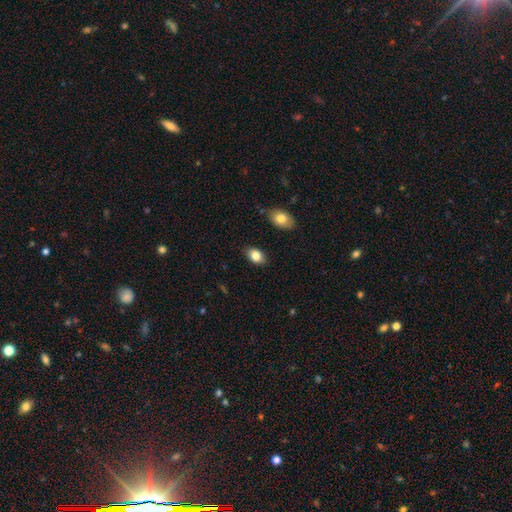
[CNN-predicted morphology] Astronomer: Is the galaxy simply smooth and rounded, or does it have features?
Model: smooth — 83%.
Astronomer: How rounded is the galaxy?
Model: in between — 87%.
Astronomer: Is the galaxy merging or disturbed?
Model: none — 84%.